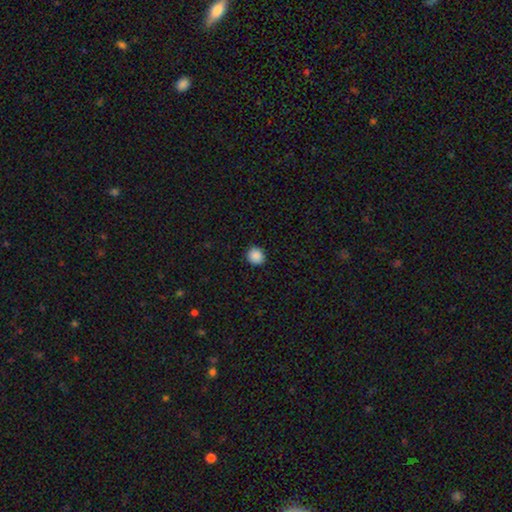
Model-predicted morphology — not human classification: smooth_or_featured: smooth (p=0.88) [alt: star or artifact p=0.09]
how_rounded: round (p=0.90) [alt: in between p=0.09]
merging: none (p=0.92) [alt: minor disturbance p=0.05]